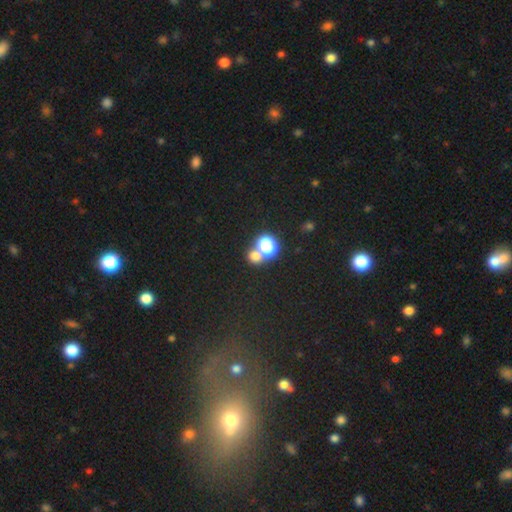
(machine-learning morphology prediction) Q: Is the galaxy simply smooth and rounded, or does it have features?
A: smooth — 67%.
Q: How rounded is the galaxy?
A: round — 76%.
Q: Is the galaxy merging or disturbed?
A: merger — 47%.